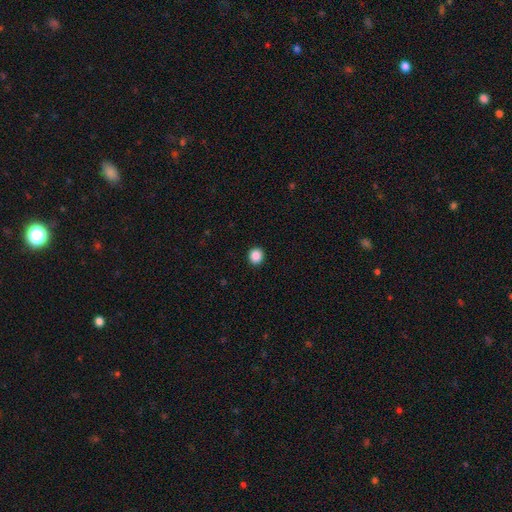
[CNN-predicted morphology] Smooth or featured? Predicted: smooth (p=0.88). How rounded? Predicted: round (p=0.88). Merging? Predicted: none (p=0.93).